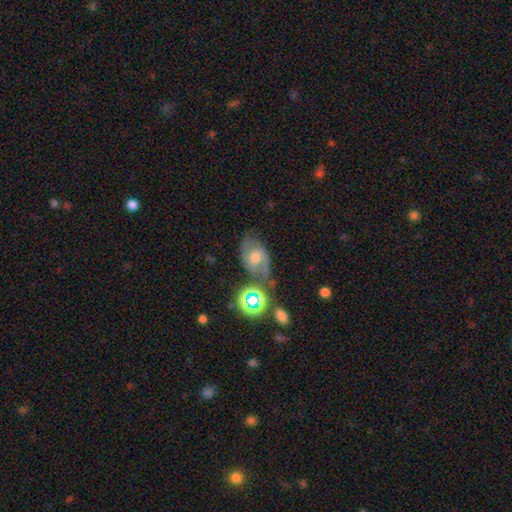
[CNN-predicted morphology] Smooth or featured: featured or disk — 53% (smooth — 31%)
Edge-on disk: no — 95% (yes — 5%)
Merging: none — 54% (minor disturbance — 23%)